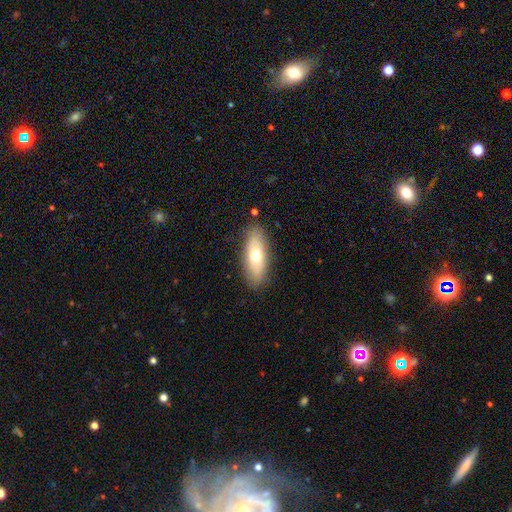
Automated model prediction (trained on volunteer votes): Morphology: type=smooth (67%); roundness=in between (72%); merging=none (86%).